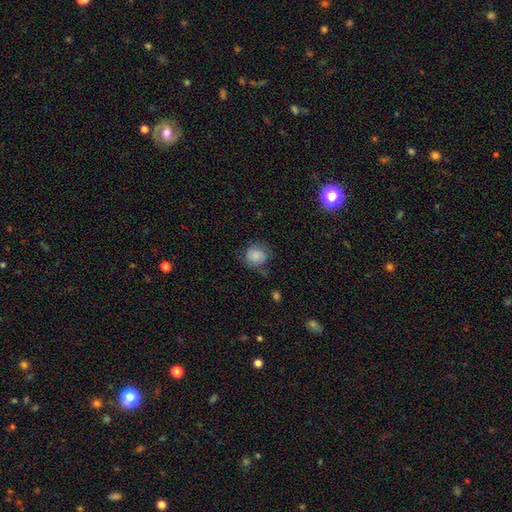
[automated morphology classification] This appears to be a smooth galaxy with no disk features (75%) that is round (80%). Merging: none (64%).